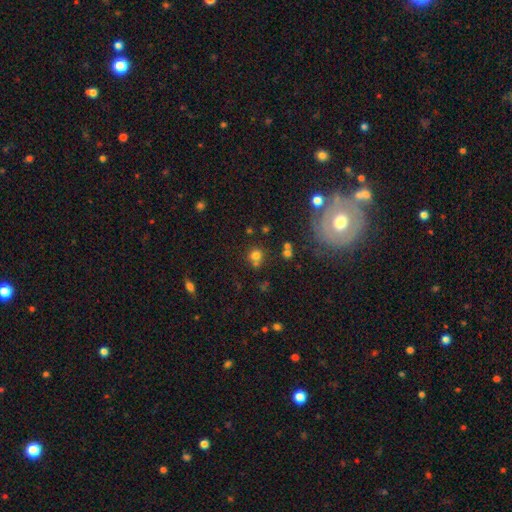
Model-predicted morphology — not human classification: type=smooth (73%); roundness=round (86%); merging=none (65%).